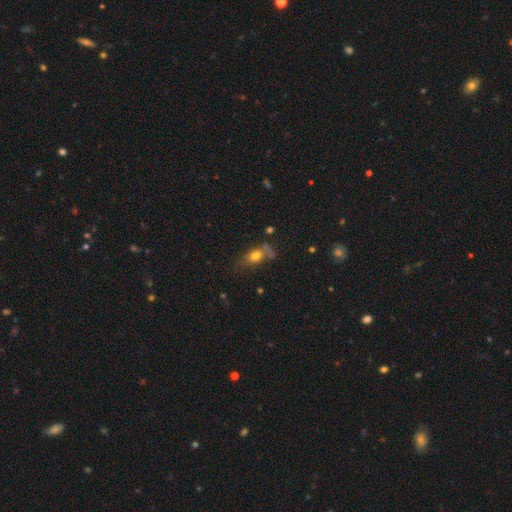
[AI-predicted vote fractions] Overall: smooth (72%). How rounded: in between (67%). Merging: none (44%; minor disturbance 24%).